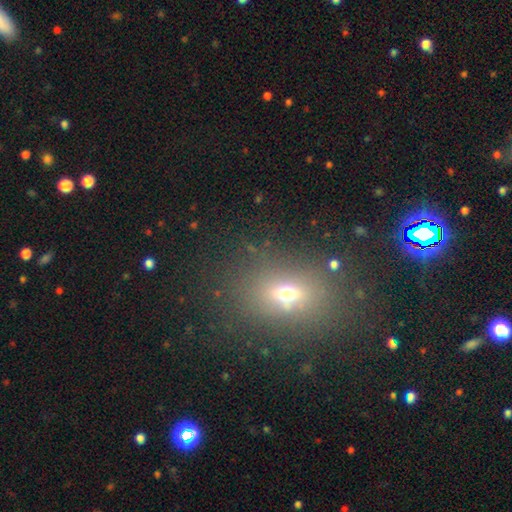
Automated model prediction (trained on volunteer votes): This appears to be a smooth galaxy with no disk features (52%) that is in between round and cigar-shaped (59%). Merging: none (85%).